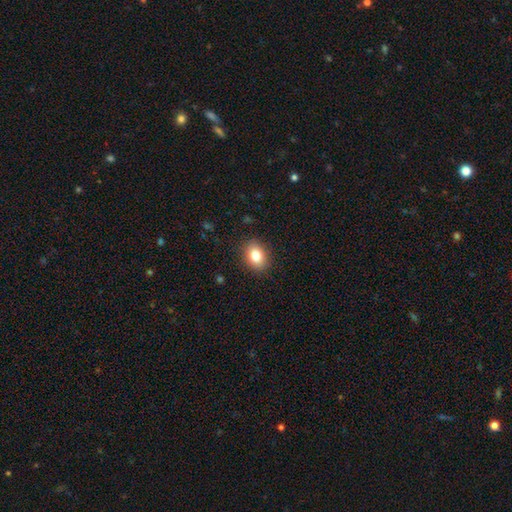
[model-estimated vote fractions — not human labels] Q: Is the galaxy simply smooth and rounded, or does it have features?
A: smooth — 83%.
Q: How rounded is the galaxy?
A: in between — 66%.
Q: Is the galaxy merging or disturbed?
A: none — 88%.